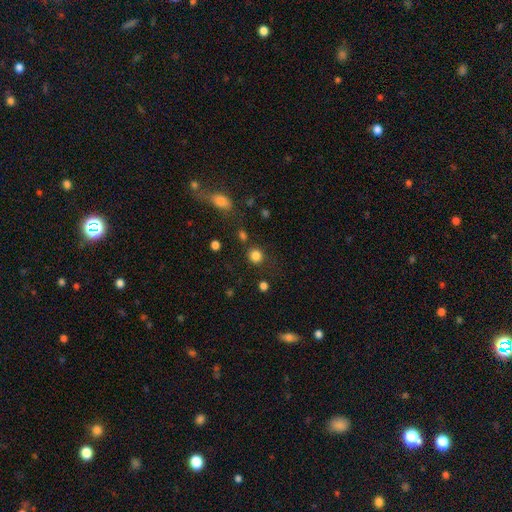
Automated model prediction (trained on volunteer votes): A smooth galaxy with no disk features (83%) that is round (89%). Merging: none (82%).